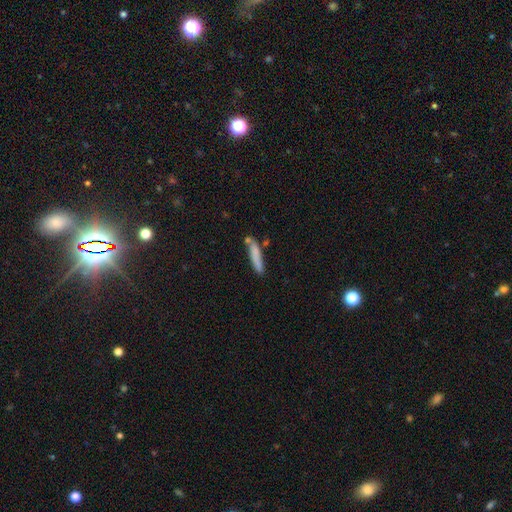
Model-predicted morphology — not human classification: A smooth galaxy with no disk features (75%) that is cigar-shaped (88%). Merging: none (66%).